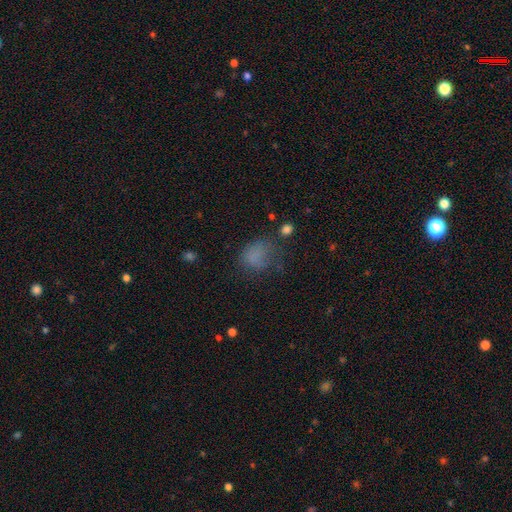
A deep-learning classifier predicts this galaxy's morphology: A smooth galaxy with no disk features (71%) that is in between round and cigar-shaped (53%).

Vote fractions:
- Smooth or featured? smooth: 71% / star or artifact: 17% / featured or disk: 12%
- How rounded? in between: 53% / round: 46% / cigar-shaped: 1%
- Merging? none: 44% / major disturbance: 26% / minor disturbance: 26% / merger: 3%